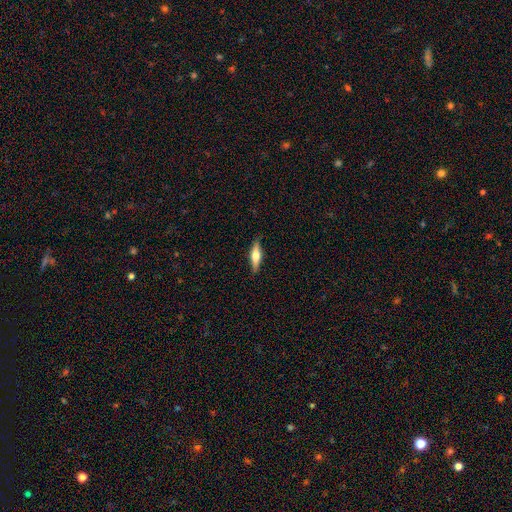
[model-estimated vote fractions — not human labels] The model was most divided on "smooth or featured": smooth: 49%, featured or disk: 45%, star or artifact: 6%. More confident: merging — none (86%).